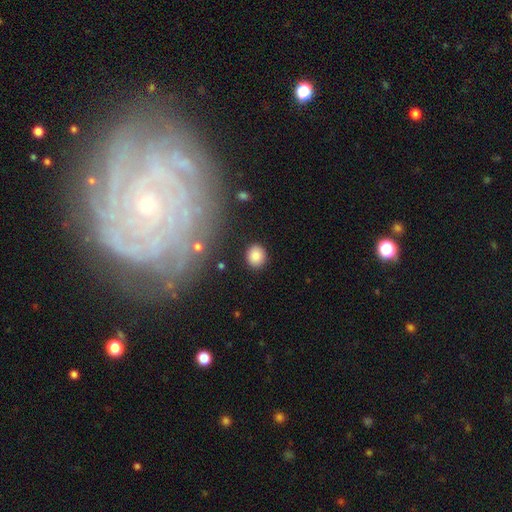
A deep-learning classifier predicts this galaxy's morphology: This appears to be a smooth galaxy with no disk features (85%) that is round (69%). Merging: none (87%).